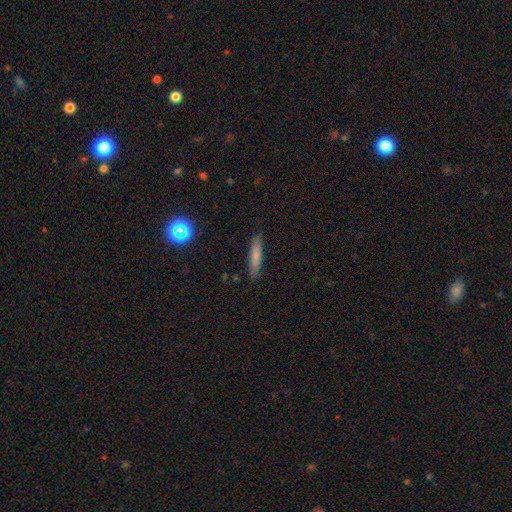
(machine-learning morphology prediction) Smooth or featured: smooth — 73% (featured or disk — 18%)
How rounded: cigar-shaped — 88% (in between — 10%)
Merging: none — 87% (minor disturbance — 9%)